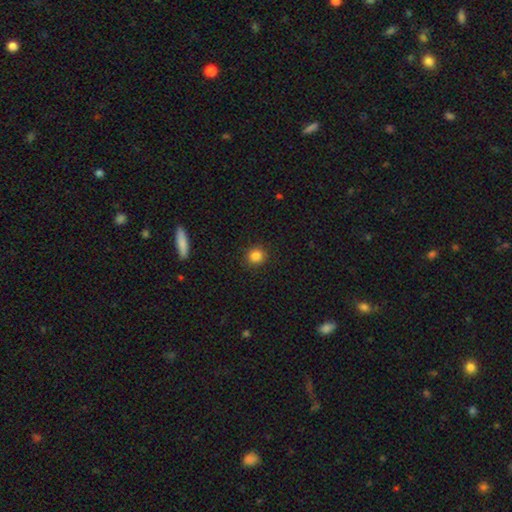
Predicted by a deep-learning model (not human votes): Overall: smooth (85%). How rounded: round (92%). Merging: none (91%).